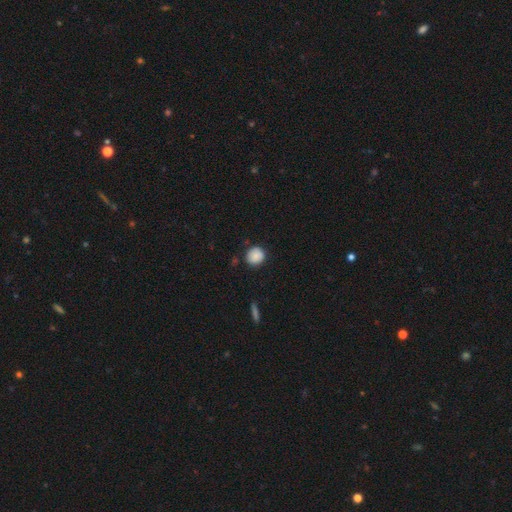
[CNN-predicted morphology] This is clearly a smooth galaxy (87%). How rounded: clearly round (85%). Merging: clearly none (83%).